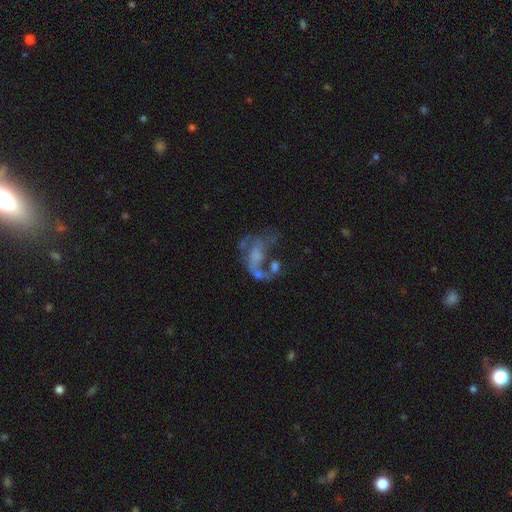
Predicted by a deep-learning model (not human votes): Q: Smooth or featured?
A: featured or disk (62%); runner-up: smooth (24%)
Q: Edge-on disk?
A: no (97%); runner-up: yes (3%)
Q: Bar?
A: no (76%); runner-up: weak (18%)
Q: Spiral arms?
A: no (67%); runner-up: yes (33%)
Q: Bulge size?
A: none (59%); runner-up: small (18%)
Q: Merging?
A: major disturbance (39%); runner-up: merger (29%)